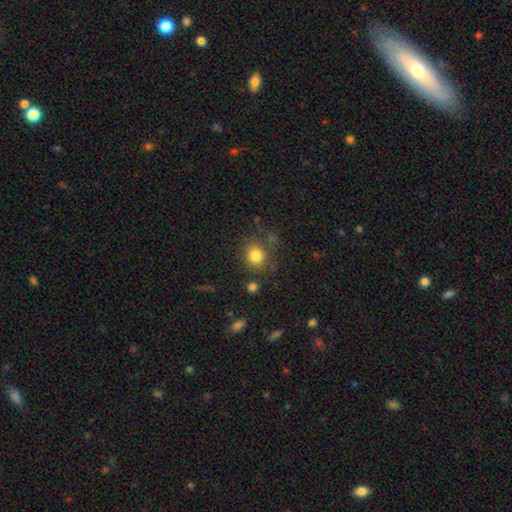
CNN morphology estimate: Smooth or featured: smooth — 80% (star or artifact — 12%)
How rounded: round — 78% (in between — 21%)
Merging: none — 77% (minor disturbance — 12%)